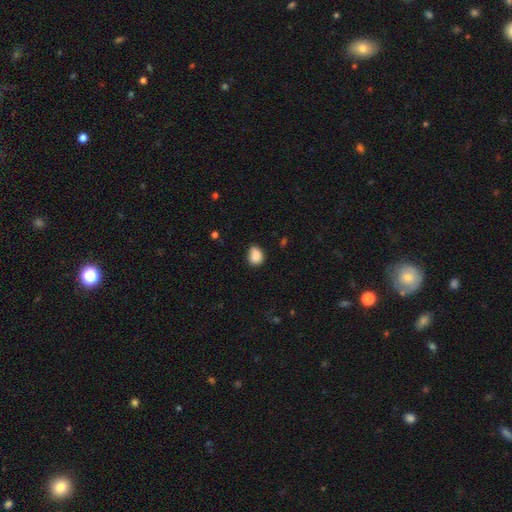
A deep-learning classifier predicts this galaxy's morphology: Smooth or featured? smooth (87%)
How rounded? in between (52%)
Merging? none (66%)